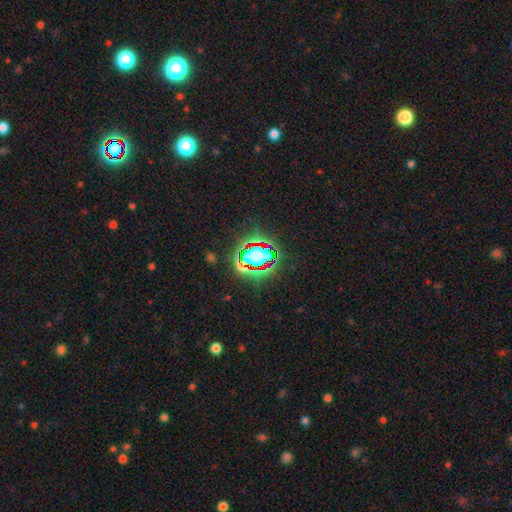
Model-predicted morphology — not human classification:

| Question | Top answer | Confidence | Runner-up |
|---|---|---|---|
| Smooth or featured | star or artifact | 67% | smooth (21%) |